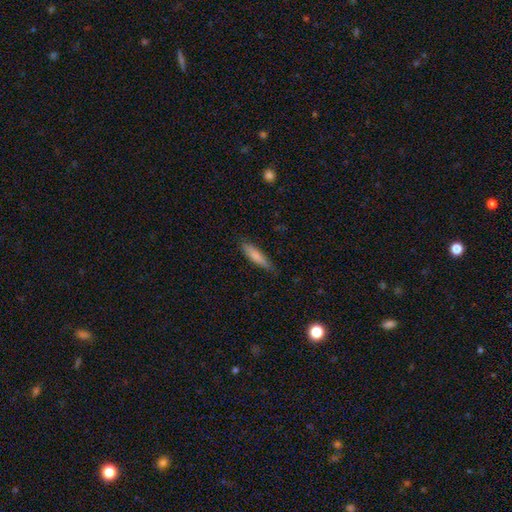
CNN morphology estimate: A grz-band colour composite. It shows a smooth galaxy with no disk features (78%) that is cigar-shaped (74%). Merging: none (80%).